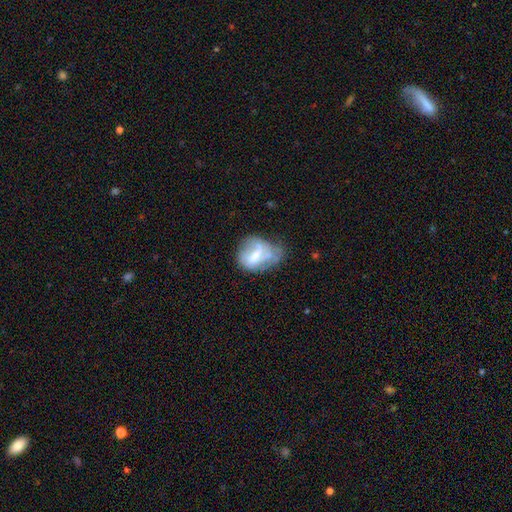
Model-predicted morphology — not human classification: type=featured or disk (45%, tied with smooth); merging=minor disturbance (31%).